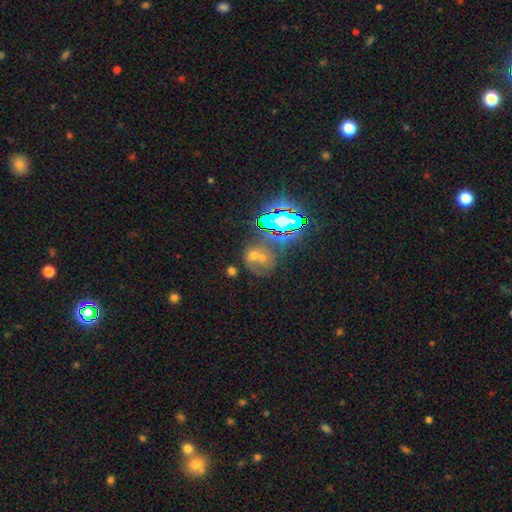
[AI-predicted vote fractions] smooth_or_featured: smooth (p=0.41) [alt: star or artifact p=0.35]
merging: merger (p=0.49) [alt: none p=0.33]